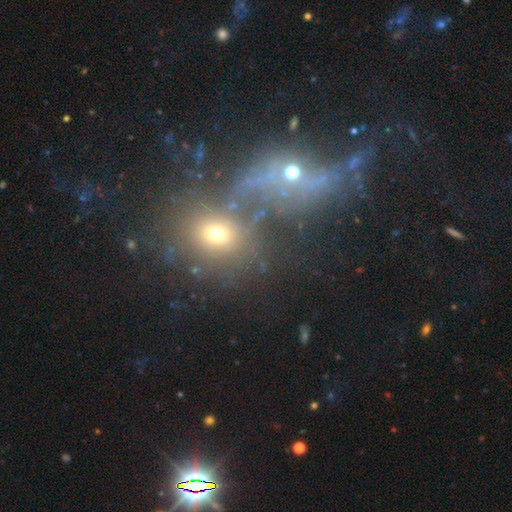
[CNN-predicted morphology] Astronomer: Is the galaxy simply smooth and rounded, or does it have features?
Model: smooth — 40% (runner-up: star or artifact, 34%).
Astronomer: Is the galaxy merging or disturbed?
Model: merger — 47% (runner-up: none, 34%).